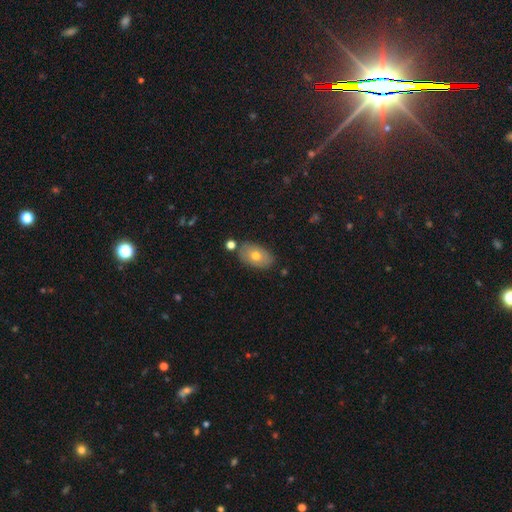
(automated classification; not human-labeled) The model was most divided on "smooth or featured": smooth: 69%, featured or disk: 23%, star or artifact: 8%. More confident: how rounded — in between (90%); merging — none (76%).